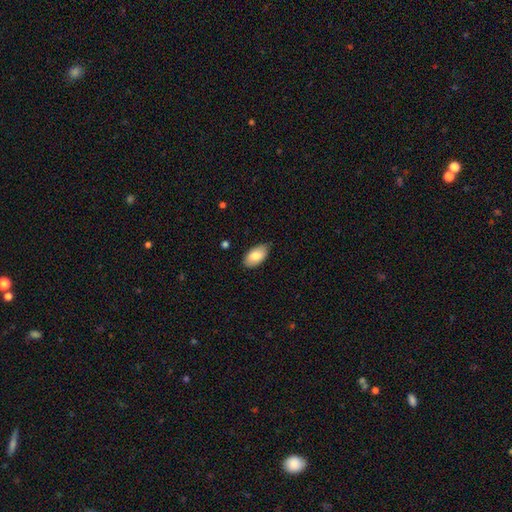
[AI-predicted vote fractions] Overall: smooth (81%). How rounded: in between (95%). Merging: none (81%).